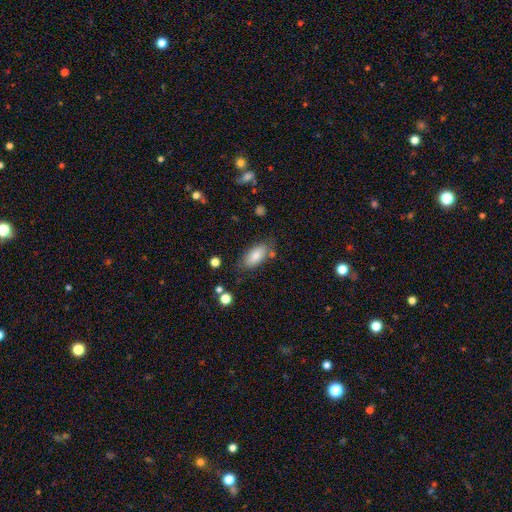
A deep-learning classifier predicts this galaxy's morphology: This is clearly a smooth galaxy (82%). How rounded: clearly in between (89%). Merging: likely none (72%).